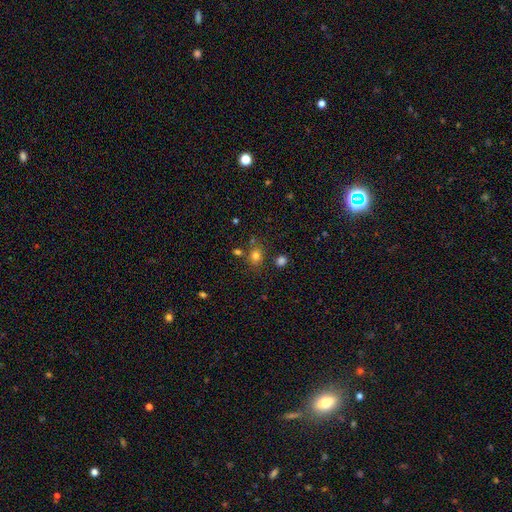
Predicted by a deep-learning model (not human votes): Q: Smooth or featured?
A: smooth (77%); runner-up: star or artifact (16%)
Q: How rounded?
A: round (62%); runner-up: in between (37%)
Q: Merging?
A: none (72%); runner-up: minor disturbance (13%)